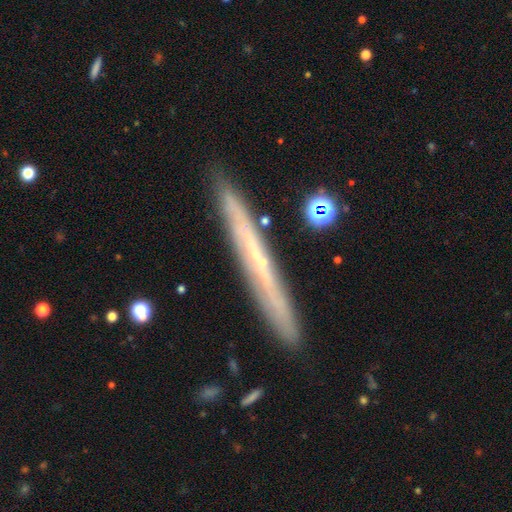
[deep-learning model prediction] The model was most divided on "smooth or featured": featured or disk: 64%, smooth: 29%, star or artifact: 7%. More confident: edge-on disk — yes (91%); merging — none (89%); edge-on bulge — none (80%).